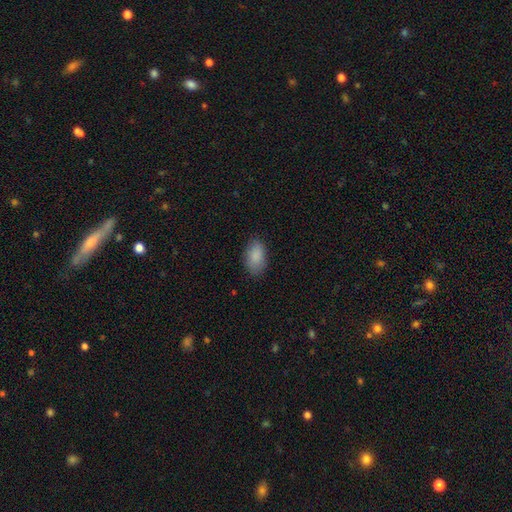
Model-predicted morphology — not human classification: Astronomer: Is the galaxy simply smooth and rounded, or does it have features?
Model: smooth — 89%.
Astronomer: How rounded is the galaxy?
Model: in between — 93%.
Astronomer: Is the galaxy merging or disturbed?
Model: none — 81%.